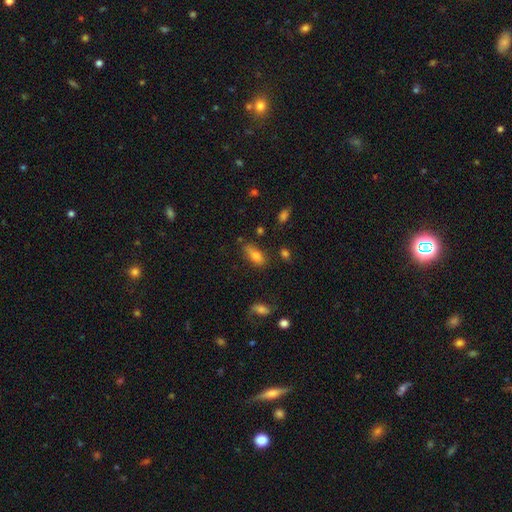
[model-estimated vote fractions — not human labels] This is likely a smooth galaxy (79%). How rounded: clearly in between (81%). Merging: likely none (61%).